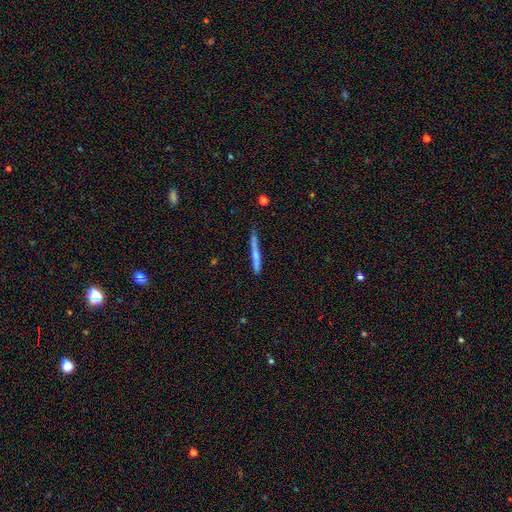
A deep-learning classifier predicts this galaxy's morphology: Smooth or featured?
  - smooth: 53% *
  - featured or disk: 41%
  - star or artifact: 7%
How rounded?
  - cigar-shaped: 96% *
  - in between: 3%
  - round: 2%
Merging?
  - none: 70% *
  - minor disturbance: 21%
  - major disturbance: 5%
  - merger: 4%